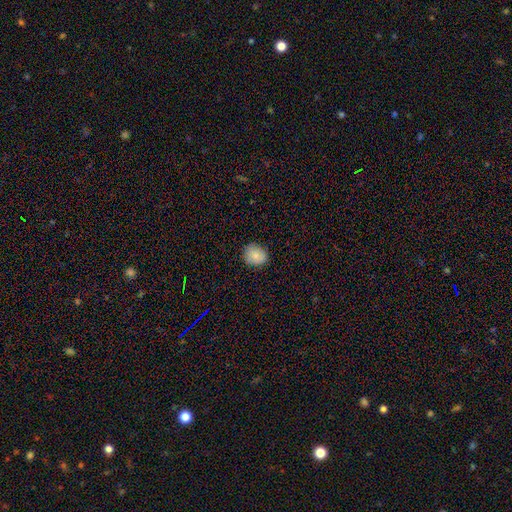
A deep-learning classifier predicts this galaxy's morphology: The model was most divided on "how rounded": round: 66%, in between: 33%, cigar-shaped: 1%. More confident: smooth or featured — smooth (84%); merging — none (83%).